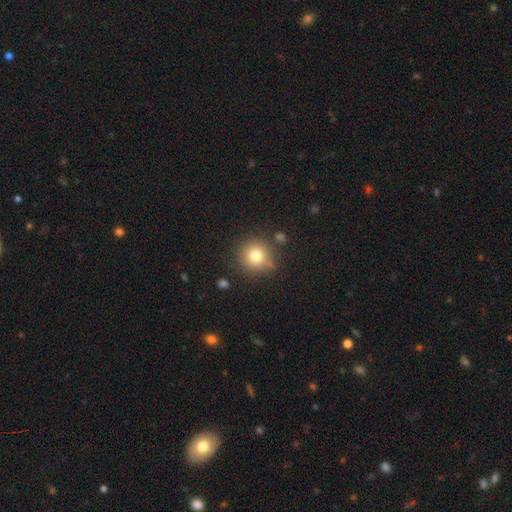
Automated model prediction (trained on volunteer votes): Smooth or featured: smooth — 78% (star or artifact — 13%)
How rounded: round — 93% (in between — 6%)
Merging: none — 81% (minor disturbance — 11%)